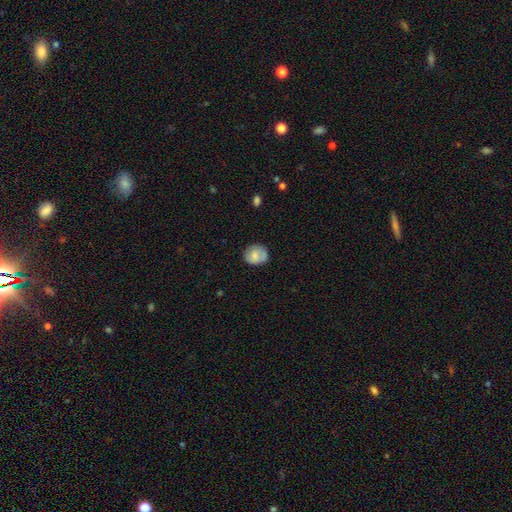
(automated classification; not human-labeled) This appears to be a smooth galaxy with no disk features (71%) that is round (68%). Merging: none (67%).